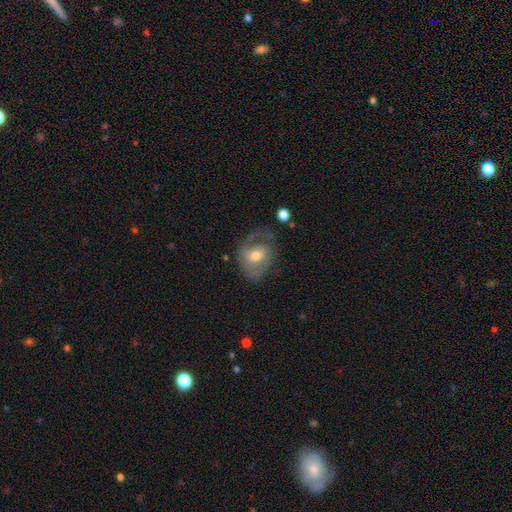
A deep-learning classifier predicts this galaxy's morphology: Q: Smooth or featured?
A: featured or disk (65%); runner-up: smooth (28%)
Q: Edge-on disk?
A: no (96%); runner-up: yes (4%)
Q: Bar?
A: no (55%); runner-up: weak (36%)
Q: Spiral arms?
A: yes (79%); runner-up: no (21%)
Q: Bulge size?
A: moderate (66%); runner-up: small (26%)
Q: Merging?
A: none (51%); runner-up: major disturbance (23%)